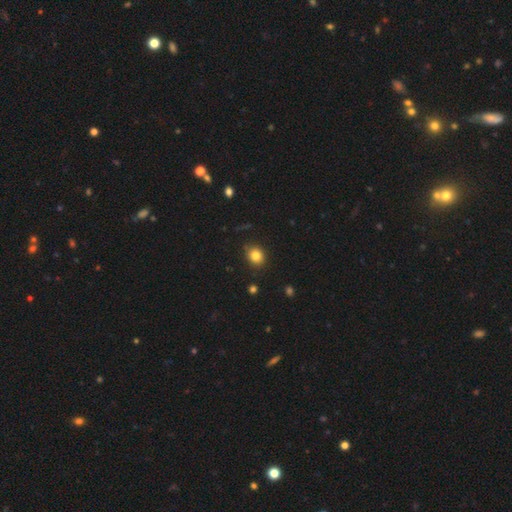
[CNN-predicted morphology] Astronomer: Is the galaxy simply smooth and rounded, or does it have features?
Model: smooth — 83%.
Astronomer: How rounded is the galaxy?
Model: round — 70%.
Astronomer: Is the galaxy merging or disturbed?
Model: none — 85%.